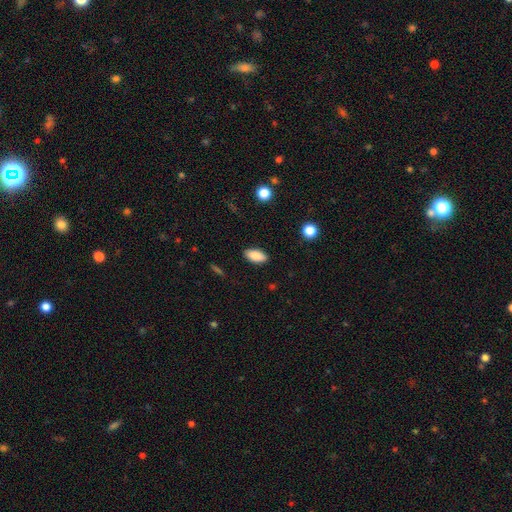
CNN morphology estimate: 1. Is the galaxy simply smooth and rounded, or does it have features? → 86% smooth, 7% star or artifact, 7% featured or disk.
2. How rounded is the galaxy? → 91% in between, 7% cigar-shaped, 3% round.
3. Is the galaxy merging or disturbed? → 89% none, 8% minor disturbance, 2% major disturbance, 1% merger.